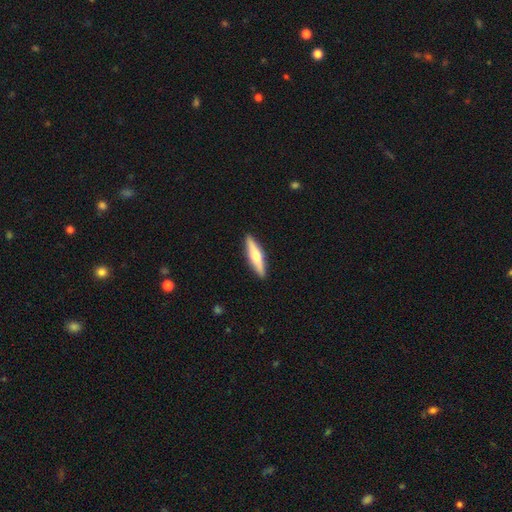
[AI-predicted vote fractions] This appears to be a featured or disk galaxy (53%) viewed edge-on (96%) with a rounded central bulge (88%). Merging: none (91%).